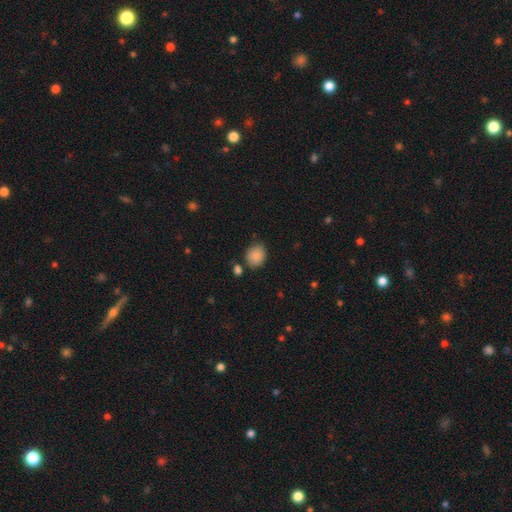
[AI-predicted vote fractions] Smooth or featured? Predicted: smooth (p=0.87). How rounded? Predicted: round (p=0.56). Merging? Predicted: none (p=0.74).